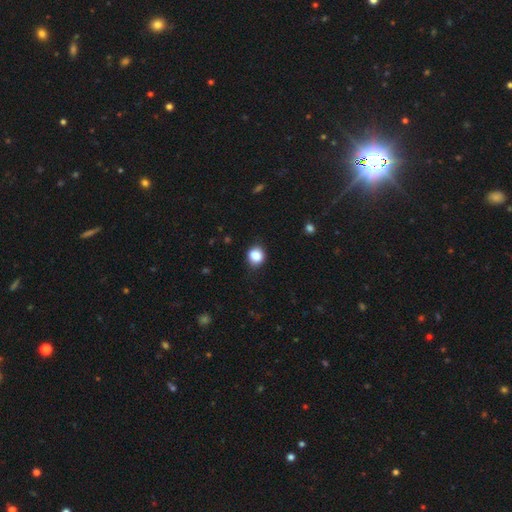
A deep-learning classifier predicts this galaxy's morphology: smooth-or-featured: smooth: 85% | star or artifact: 10% | featured or disk: 5%
  how-rounded: round: 80% | in between: 19% | cigar-shaped: 1%
  merging: none: 82% | minor disturbance: 14% | major disturbance: 3% | merger: 1%